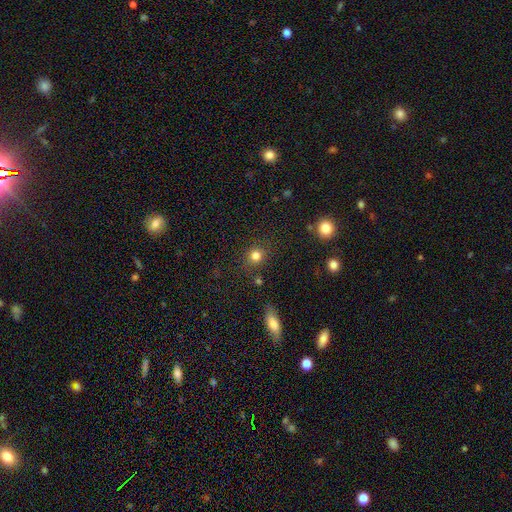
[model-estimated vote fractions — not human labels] smooth-or-featured: smooth: 80% | star or artifact: 14% | featured or disk: 6%
  how-rounded: round: 81% | in between: 17% | cigar-shaped: 1%
  merging: none: 84% | minor disturbance: 10% | major disturbance: 3% | merger: 3%